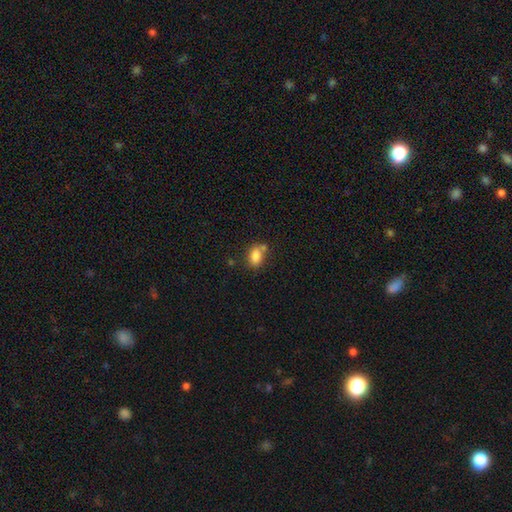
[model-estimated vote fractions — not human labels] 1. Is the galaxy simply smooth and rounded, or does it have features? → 81% smooth, 10% star or artifact, 9% featured or disk.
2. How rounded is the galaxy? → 79% in between, 19% round, 2% cigar-shaped.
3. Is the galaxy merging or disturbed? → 53% none, 23% merger, 18% minor disturbance, 6% major disturbance.